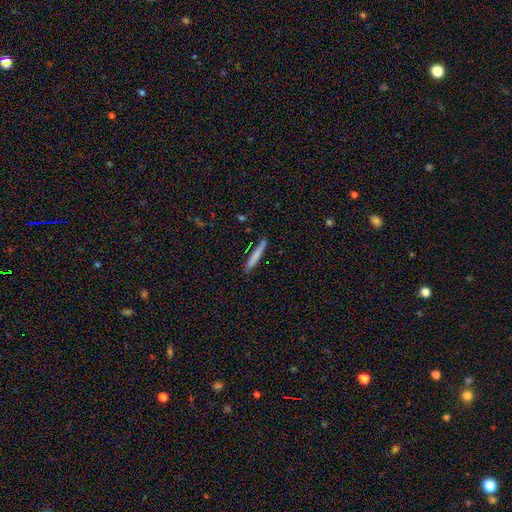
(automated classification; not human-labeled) A smooth galaxy with no disk features (75%) that is cigar-shaped (95%). Merging: none (87%).